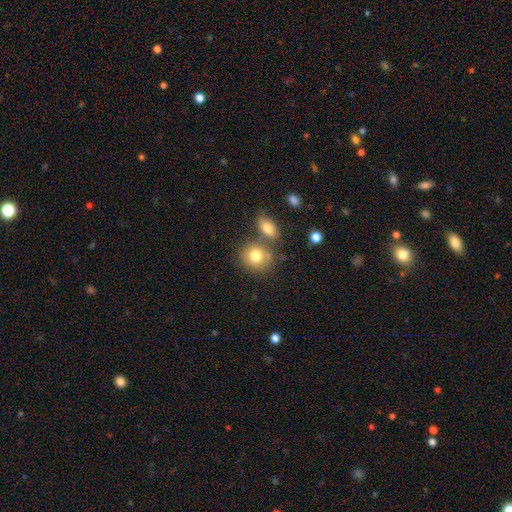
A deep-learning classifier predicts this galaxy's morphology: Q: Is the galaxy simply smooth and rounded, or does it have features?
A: smooth — 78%.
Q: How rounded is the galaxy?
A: round — 73%.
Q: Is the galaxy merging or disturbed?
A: none — 59%.